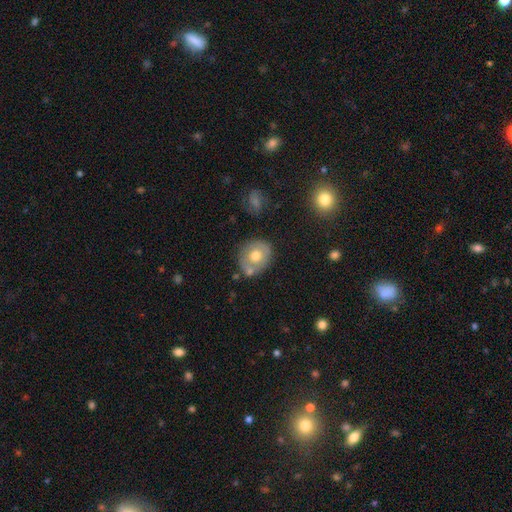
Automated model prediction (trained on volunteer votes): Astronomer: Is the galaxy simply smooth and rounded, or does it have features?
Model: smooth — 56% (runner-up: featured or disk, 36%).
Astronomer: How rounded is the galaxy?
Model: round — 72%.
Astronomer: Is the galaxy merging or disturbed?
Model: none — 64%.